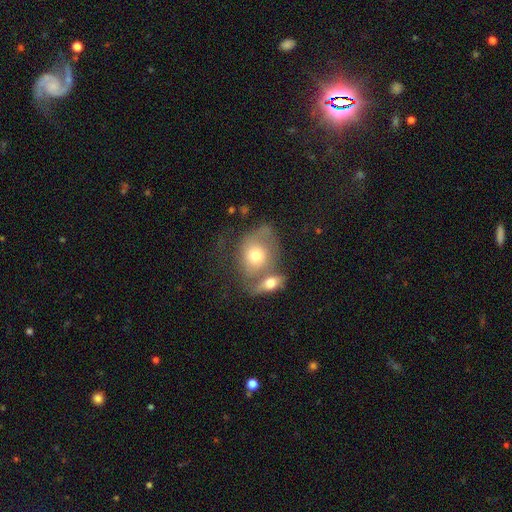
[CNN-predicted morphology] A smooth galaxy with no disk features (56%) that is in between round and cigar-shaped (53%).

Vote fractions:
- Smooth or featured? smooth: 56% / featured or disk: 37% / star or artifact: 8%
- How rounded? in between: 53% / round: 46% / cigar-shaped: 2%
- Merging? merger: 47% / none: 26% / minor disturbance: 14% / major disturbance: 13%